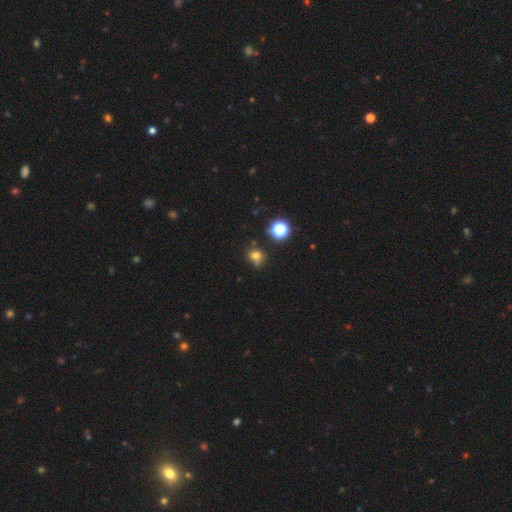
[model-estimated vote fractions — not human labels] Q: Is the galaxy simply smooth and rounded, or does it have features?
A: smooth — 72%.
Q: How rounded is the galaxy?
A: round — 78%.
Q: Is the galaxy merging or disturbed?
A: none — 64%.